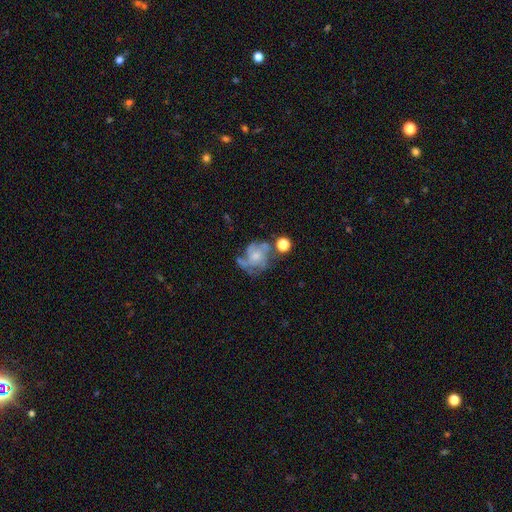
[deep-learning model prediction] Smooth or featured: featured or disk — 64% (smooth — 25%)
Edge-on disk: no — 98% (yes — 2%)
Bar: no — 81% (weak — 17%)
Spiral arms: yes — 71% (no — 29%)
Bulge size: small — 48% (moderate — 32%)
Merging: none — 37% (major disturbance — 27%)